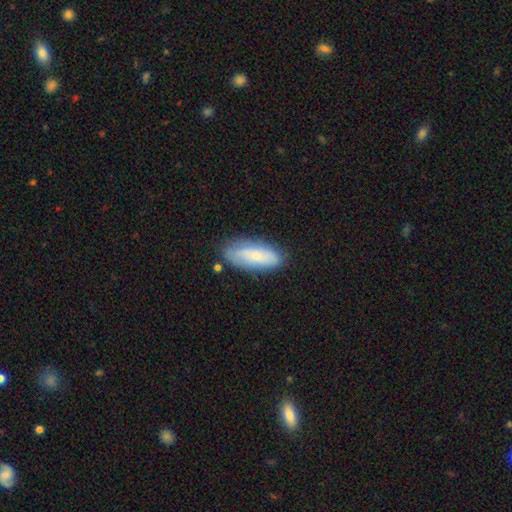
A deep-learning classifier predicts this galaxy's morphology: smooth-or-featured: smooth: 69% | featured or disk: 24% | star or artifact: 7%
  how-rounded: in between: 75% | cigar-shaped: 23% | round: 2%
  merging: none: 76% | minor disturbance: 17% | major disturbance: 4% | merger: 3%